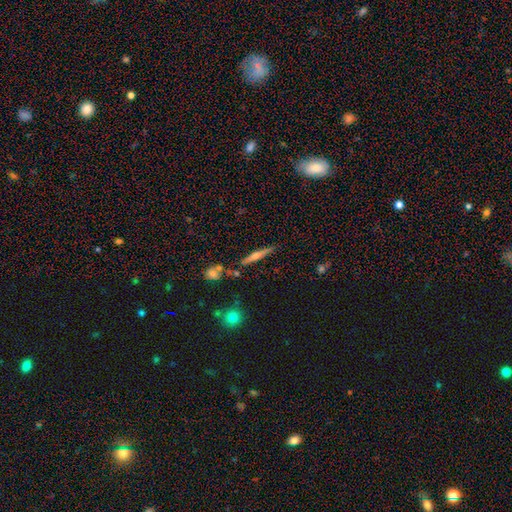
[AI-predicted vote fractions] Morphology: type=featured or disk (67%); edge-on=yes (97%); edge-on bulge=rounded (86%); merging=none (84%).